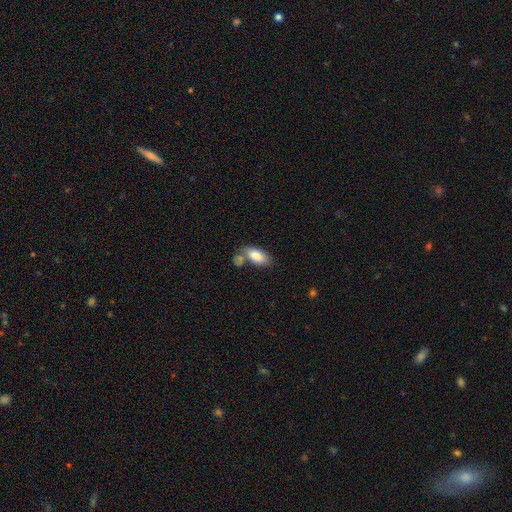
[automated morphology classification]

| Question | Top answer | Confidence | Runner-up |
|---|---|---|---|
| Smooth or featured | smooth | 83% | featured or disk (11%) |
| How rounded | in between | 92% | cigar-shaped (5%) |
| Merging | none | 49% | merger (29%) |